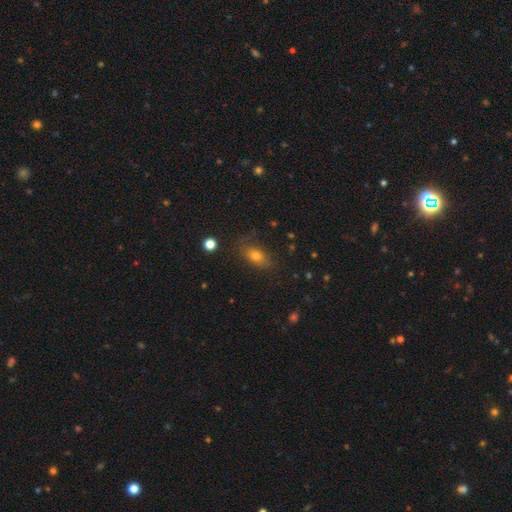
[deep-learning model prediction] A smooth galaxy with no disk features (66%) that is in between round and cigar-shaped (75%).

Vote fractions:
- Smooth or featured? smooth: 66% / featured or disk: 19% / star or artifact: 15%
- How rounded? in between: 75% / cigar-shaped: 13% / round: 12%
- Merging? none: 72% / minor disturbance: 18% / major disturbance: 7% / merger: 2%